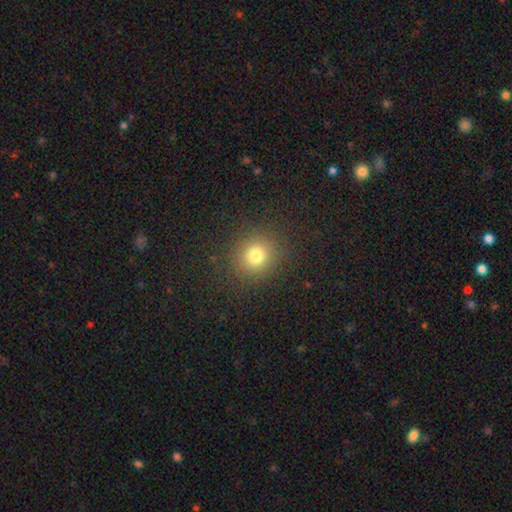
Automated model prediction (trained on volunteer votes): A smooth galaxy with no disk features (76%) that is round (86%).

Vote fractions:
- Smooth or featured? smooth: 76% / star or artifact: 17% / featured or disk: 7%
- How rounded? round: 86% / in between: 13% / cigar-shaped: 1%
- Merging? none: 89% / minor disturbance: 7% / major disturbance: 3% / merger: 1%